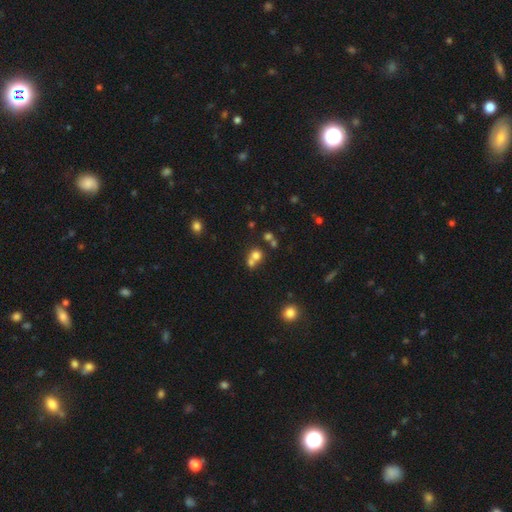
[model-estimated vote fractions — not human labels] Q: Smooth or featured?
A: smooth (70%); runner-up: star or artifact (16%)
Q: How rounded?
A: round (82%); runner-up: in between (17%)
Q: Merging?
A: merger (52%); runner-up: none (39%)